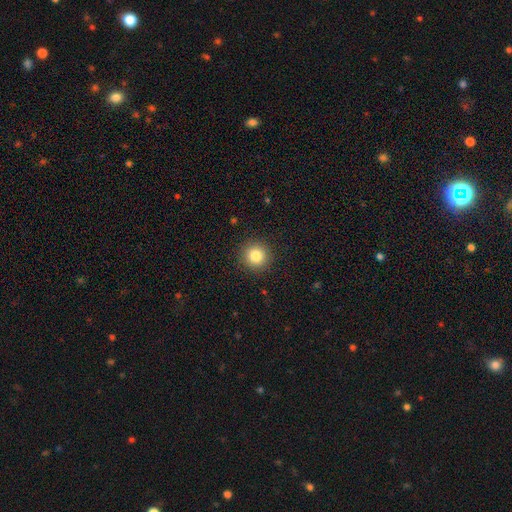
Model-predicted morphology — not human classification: A smooth galaxy with no disk features (83%) that is round (95%). Merging: none (91%).